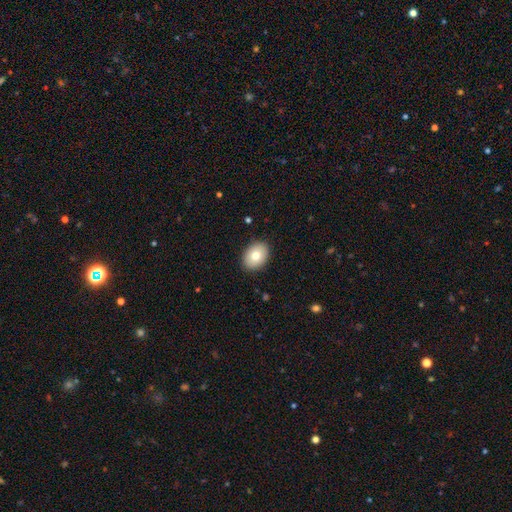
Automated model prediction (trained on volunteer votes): Q: Smooth or featured?
A: smooth (80%); runner-up: featured or disk (13%)
Q: How rounded?
A: in between (72%); runner-up: round (27%)
Q: Merging?
A: none (90%); runner-up: minor disturbance (8%)